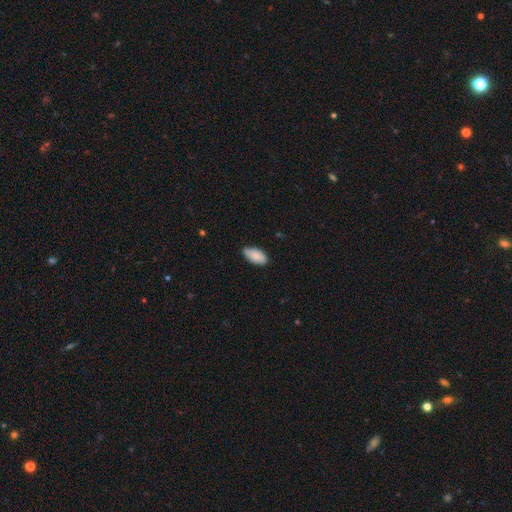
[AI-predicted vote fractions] smooth-or-featured: smooth: 86% | featured or disk: 8% | star or artifact: 6%
  how-rounded: in between: 93% | cigar-shaped: 4% | round: 2%
  merging: none: 76% | minor disturbance: 21% | major disturbance: 2% | merger: 1%